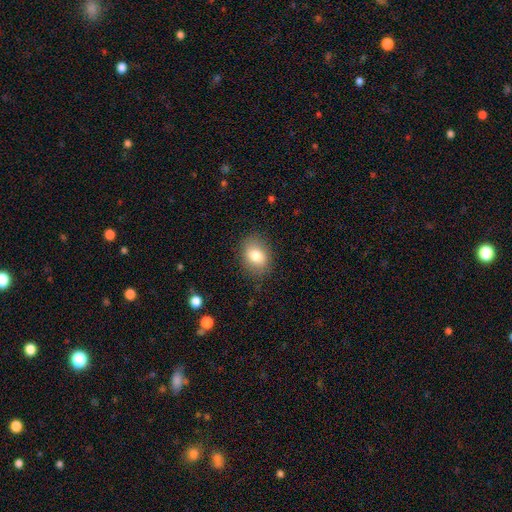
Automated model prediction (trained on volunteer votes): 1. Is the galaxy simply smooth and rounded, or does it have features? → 80% smooth, 11% featured or disk, 9% star or artifact.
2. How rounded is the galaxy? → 67% in between, 32% round, 1% cigar-shaped.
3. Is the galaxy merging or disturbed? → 83% none, 12% minor disturbance, 3% major disturbance, 1% merger.